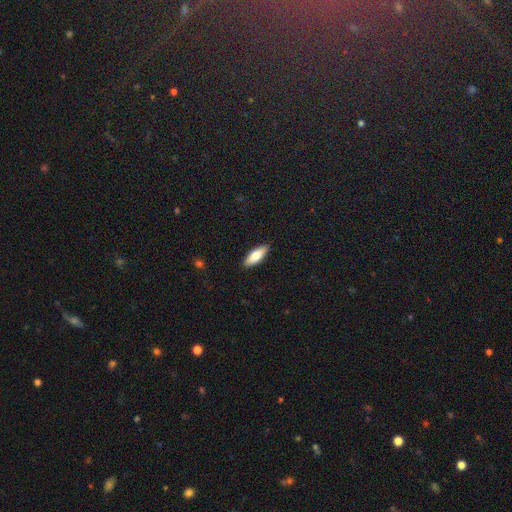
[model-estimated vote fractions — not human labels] smooth 72%, featured or disk 22%, star or artifact 6%. Down the decision tree: how rounded — in between (61%); merging — none (89%).